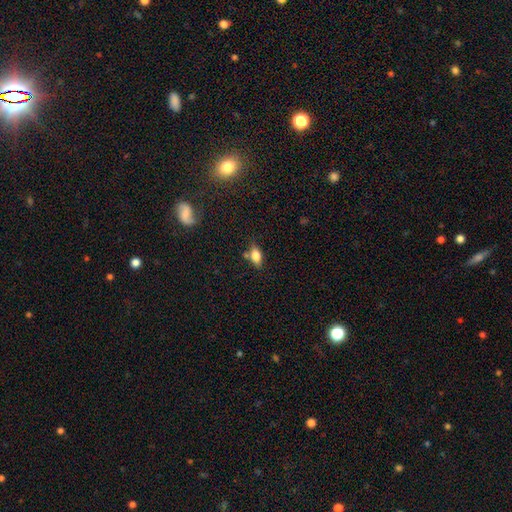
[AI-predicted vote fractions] Morphology: type=smooth (75%); roundness=in between (83%); merging=none (67%).